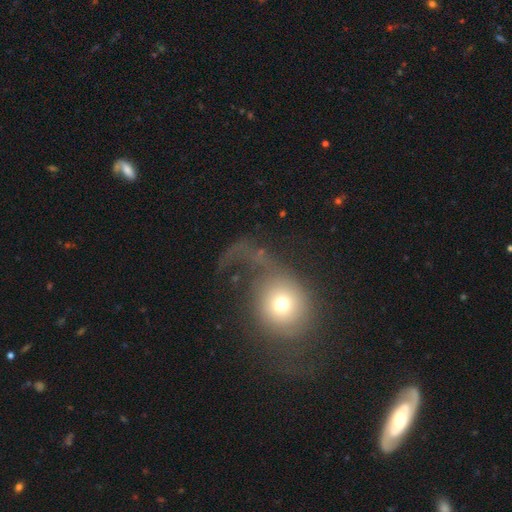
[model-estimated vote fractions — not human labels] This is possibly a smooth galaxy (49%). Merging: possibly major disturbance (52%).